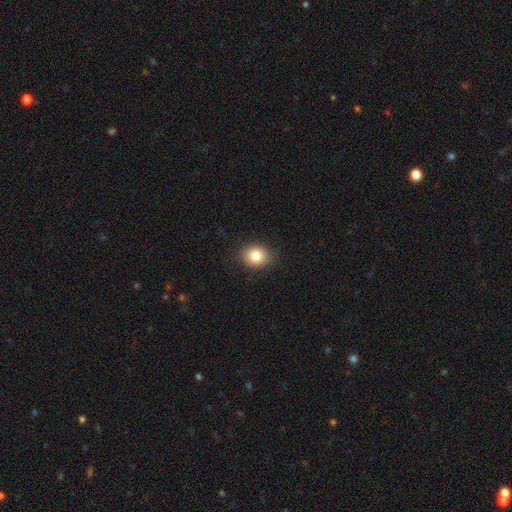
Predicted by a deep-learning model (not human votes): Q: Smooth or featured?
A: smooth (83%); runner-up: star or artifact (9%)
Q: How rounded?
A: round (56%); runner-up: in between (43%)
Q: Merging?
A: none (88%); runner-up: minor disturbance (9%)